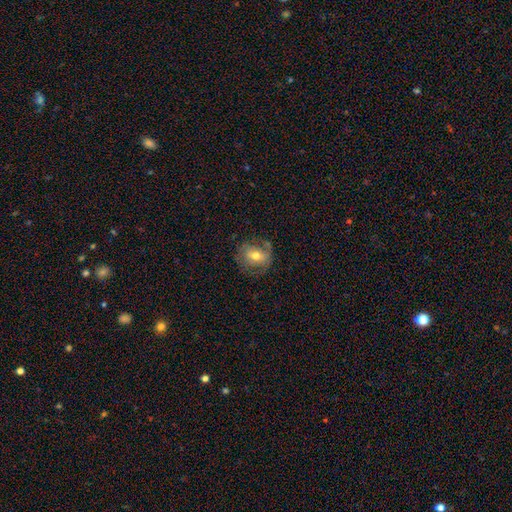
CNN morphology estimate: Overall: smooth (54%; featured or disk 37%). How rounded: round (56%; in between 43%). Merging: none (63%; minor disturbance 23%).